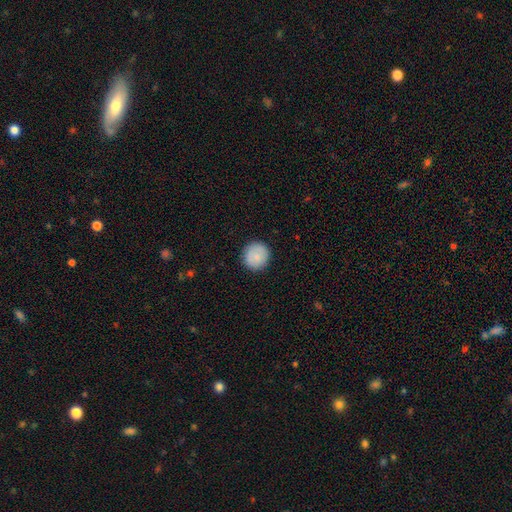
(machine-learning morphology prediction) Smooth or featured: smooth — 84% (featured or disk — 9%)
How rounded: round — 93% (in between — 6%)
Merging: none — 89% (minor disturbance — 8%)